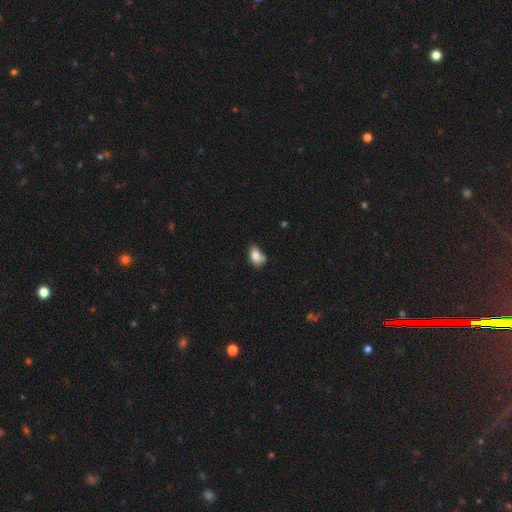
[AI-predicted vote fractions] A smooth galaxy with no disk features (81%) that is in between round and cigar-shaped (85%). Merging: none (43%).